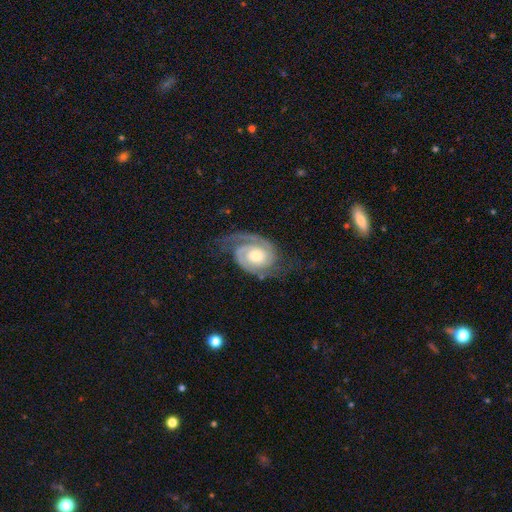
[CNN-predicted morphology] type=featured or disk (90%); edge-on=no (98%); bar=no (70%); spiral arms=yes (98%); winding=tight (53%); arm count=2 (82%); bulge=moderate (67%); merging=none (67%).